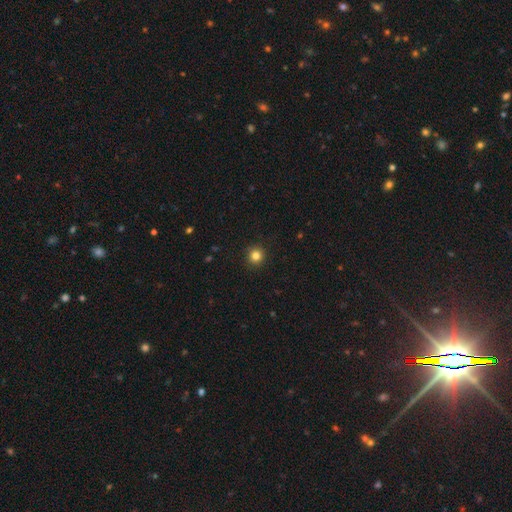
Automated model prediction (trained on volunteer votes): smooth 83%, star or artifact 12%, featured or disk 4%. Down the decision tree: how rounded — round (95%); merging — none (92%).